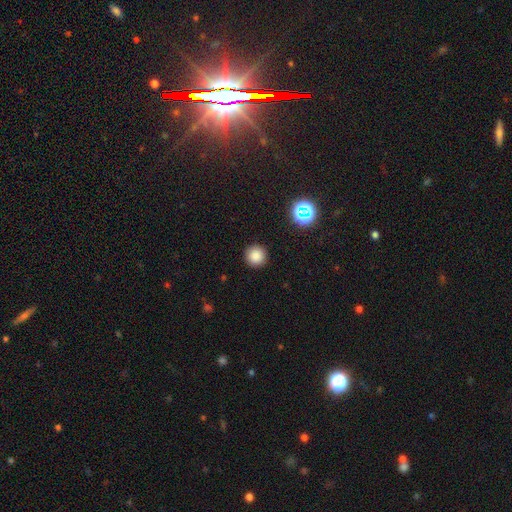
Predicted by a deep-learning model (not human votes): Q: Smooth or featured?
A: smooth (82%); runner-up: star or artifact (14%)
Q: How rounded?
A: round (95%); runner-up: in between (4%)
Q: Merging?
A: none (92%); runner-up: minor disturbance (5%)